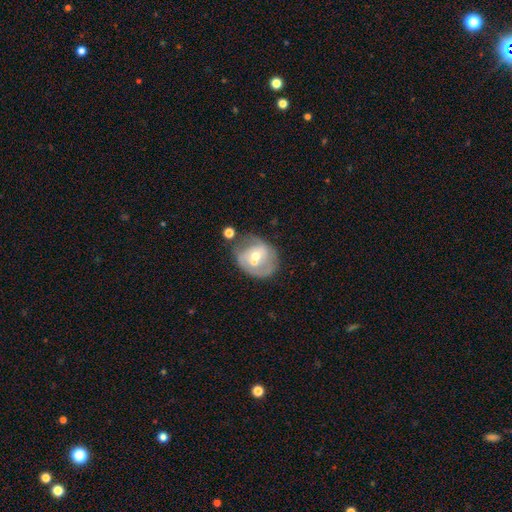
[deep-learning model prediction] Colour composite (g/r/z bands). It shows a featured or disk galaxy (56%) with no bar (63%), no spiral arms (60%) and a moderate central bulge (59%). Merging: none (37%).